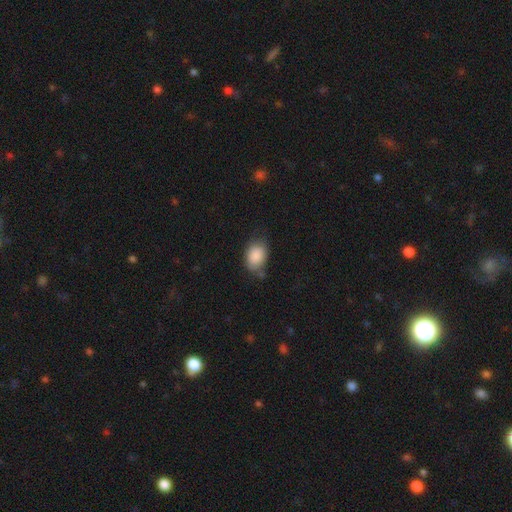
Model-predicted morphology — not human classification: Overall: smooth (87%). How rounded: in between (78%). Merging: none (59%; minor disturbance 30%).